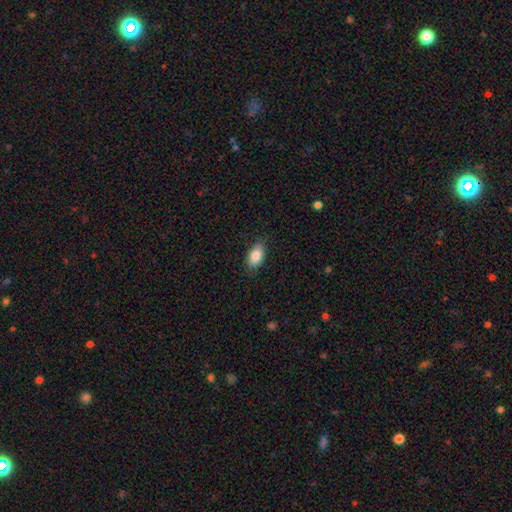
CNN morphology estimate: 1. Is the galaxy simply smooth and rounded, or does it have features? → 85% smooth, 8% featured or disk, 7% star or artifact.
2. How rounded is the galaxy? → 90% in between, 7% round, 3% cigar-shaped.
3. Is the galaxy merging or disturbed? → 82% none, 14% minor disturbance, 3% major disturbance, 1% merger.